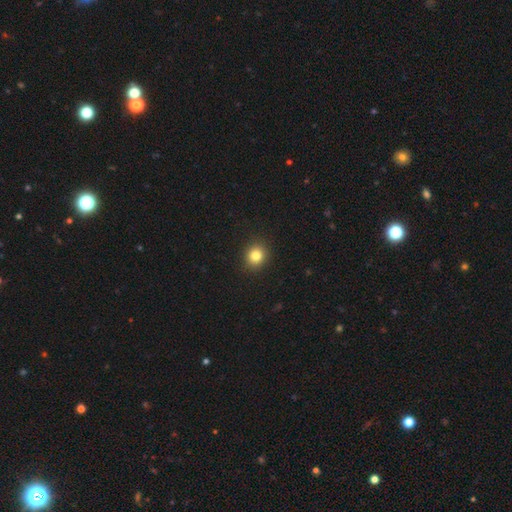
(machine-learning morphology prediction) Smooth or featured?
  - smooth: 82% *
  - star or artifact: 11%
  - featured or disk: 6%
How rounded?
  - round: 81% *
  - in between: 18%
  - cigar-shaped: 1%
Merging?
  - none: 91% *
  - minor disturbance: 6%
  - major disturbance: 2%
  - merger: 1%